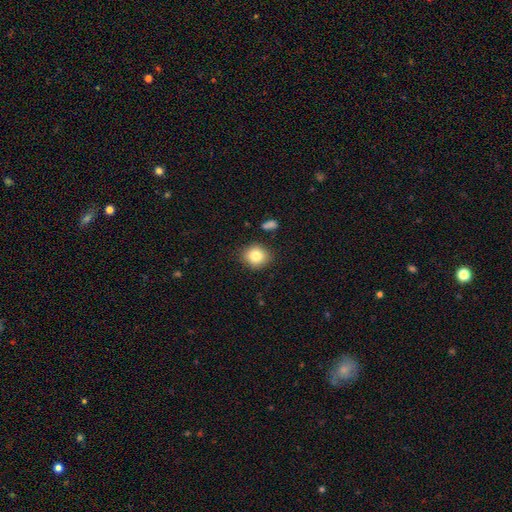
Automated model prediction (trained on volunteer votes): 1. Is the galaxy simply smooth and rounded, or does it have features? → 83% smooth, 10% star or artifact, 8% featured or disk.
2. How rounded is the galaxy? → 80% round, 19% in between, 1% cigar-shaped.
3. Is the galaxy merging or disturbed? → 85% none, 10% minor disturbance, 3% merger, 3% major disturbance.